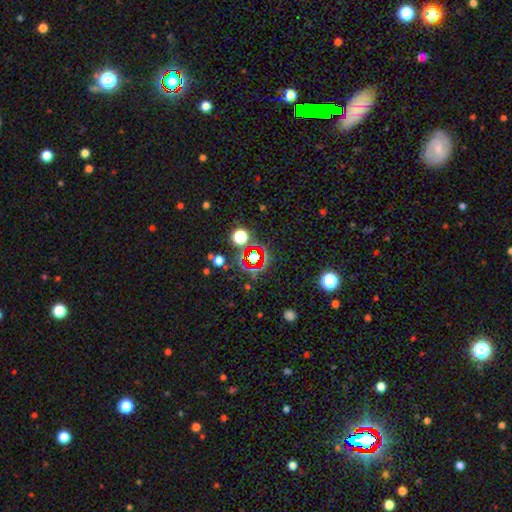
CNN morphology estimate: star or artifact 68%, smooth 20%, featured or disk 11%.